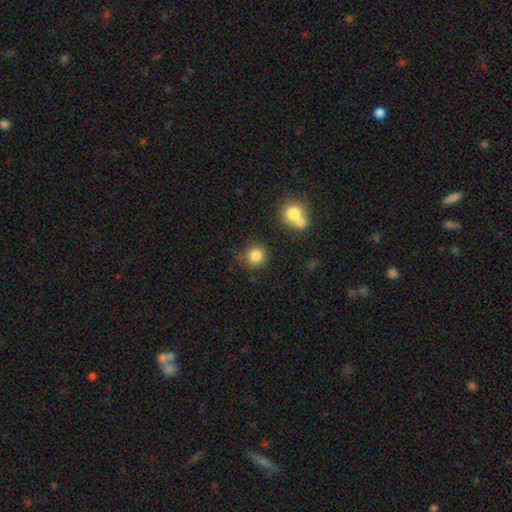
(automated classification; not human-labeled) This is clearly a smooth galaxy (83%). How rounded: clearly round (90%). Merging: likely none (78%).